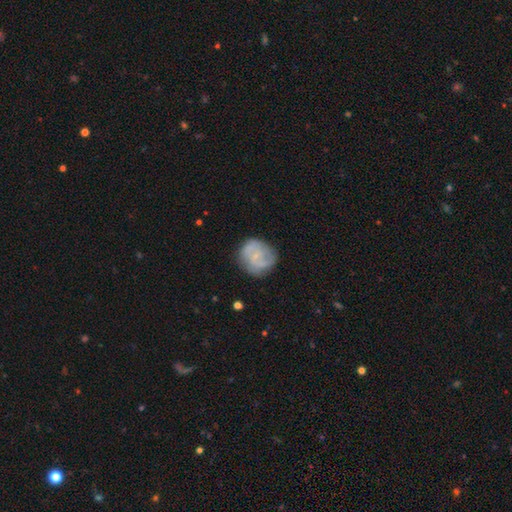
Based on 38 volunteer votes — This appears to be a smooth galaxy with no disk features (47%, tied with featured or disk) that is round (78%). Merging: none (86%).